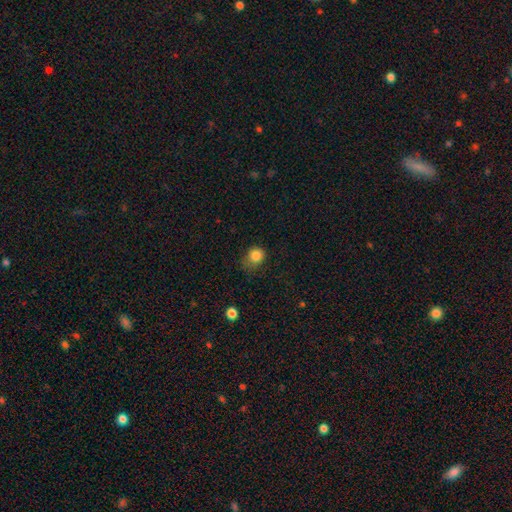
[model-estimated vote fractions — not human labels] Morphology: type=smooth (84%); roundness=round (74%); merging=none (58%).